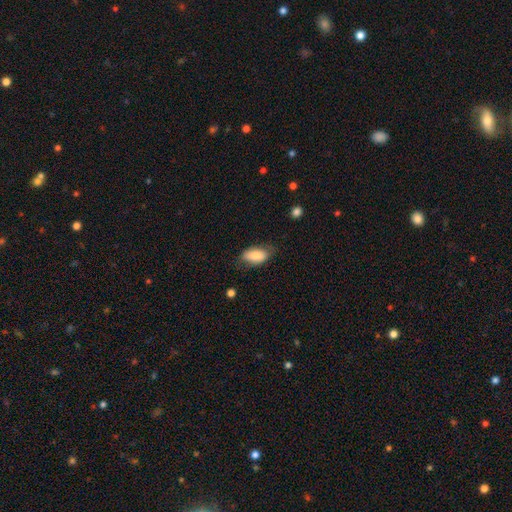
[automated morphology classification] type=smooth (81%); roundness=in between (91%); merging=none (67%).